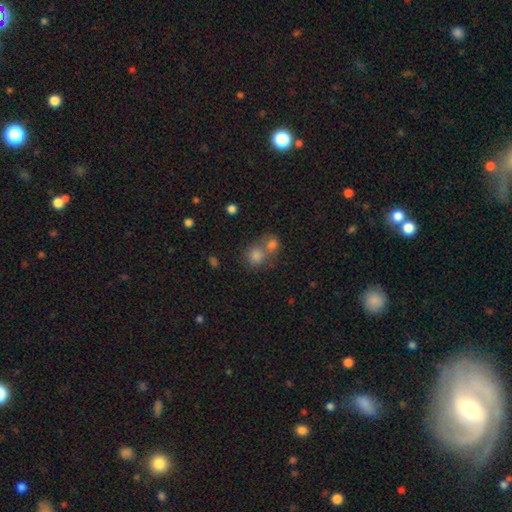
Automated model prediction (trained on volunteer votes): Morphology: type=smooth (76%); roundness=round (78%); merging=merger (52%).